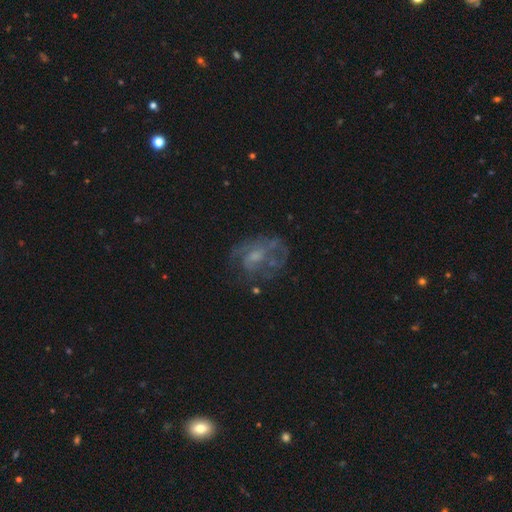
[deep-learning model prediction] Morphology: type=featured or disk (65%); edge-on=no (97%); bar=no (68%); spiral arms=yes (54%); bulge=small (42%); merging=none (50%).